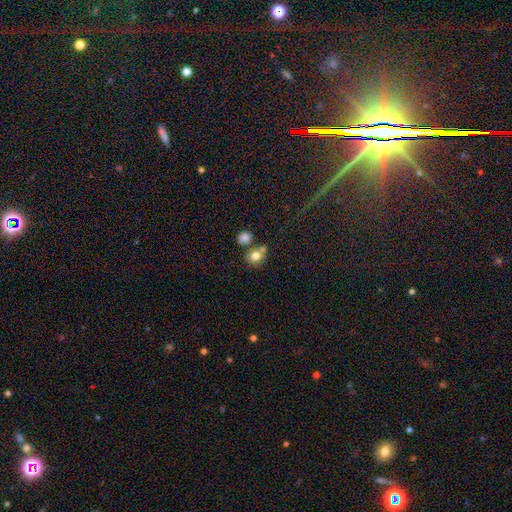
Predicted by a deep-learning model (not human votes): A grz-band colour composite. It shows a smooth galaxy with no disk features (76%) that is round (74%). Merging: none (49%).